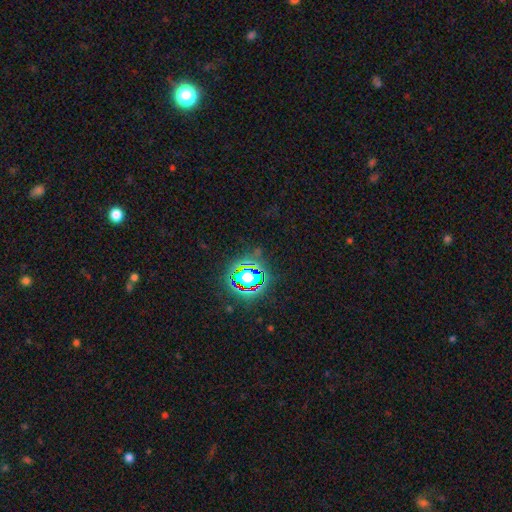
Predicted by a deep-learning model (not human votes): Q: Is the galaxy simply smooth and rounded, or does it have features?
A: star or artifact — 78%.